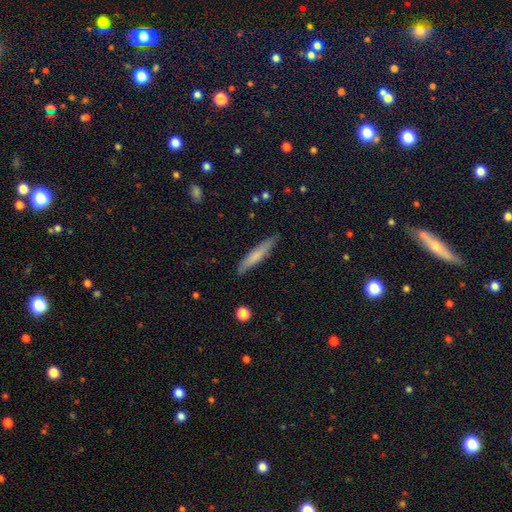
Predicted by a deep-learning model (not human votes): This appears to be a smooth galaxy with no disk features (69%) that is cigar-shaped (92%). Merging: none (86%).